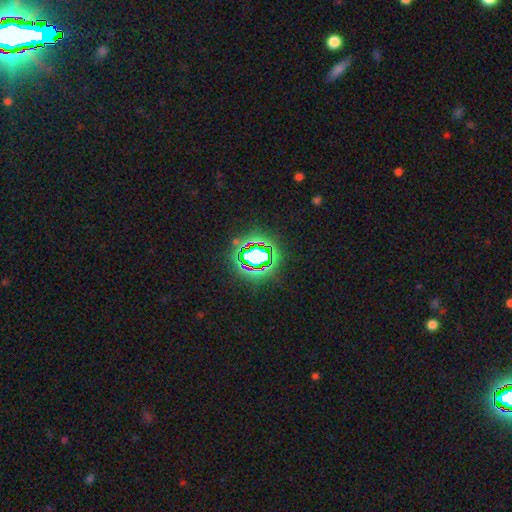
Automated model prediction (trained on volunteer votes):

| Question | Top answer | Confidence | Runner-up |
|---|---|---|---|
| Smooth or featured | star or artifact | 70% | smooth (17%) |